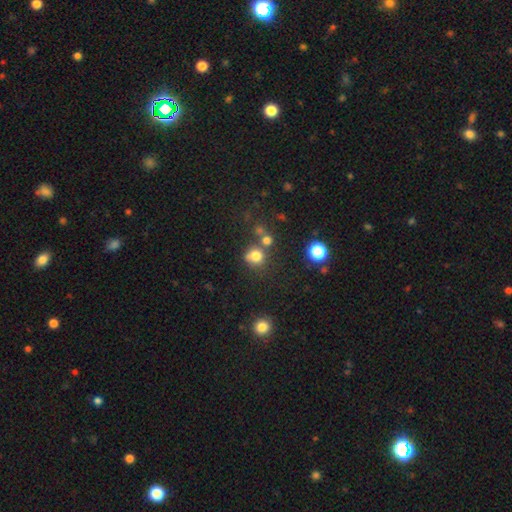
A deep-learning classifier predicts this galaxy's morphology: This is likely a smooth galaxy (76%). How rounded: clearly round (86%). Merging: likely none (61%).